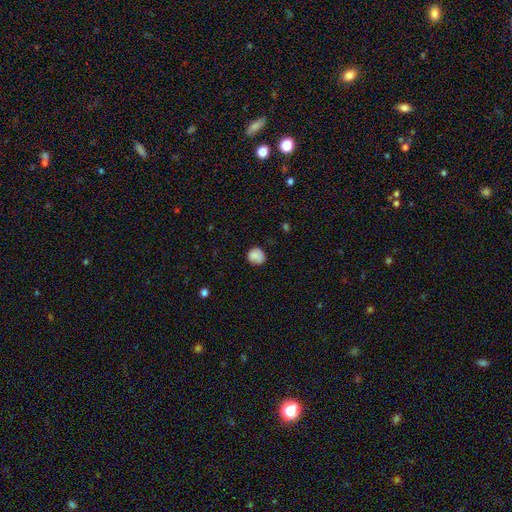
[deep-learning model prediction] smooth-or-featured: smooth: 85% | star or artifact: 9% | featured or disk: 6%
  how-rounded: round: 83% | in between: 16% | cigar-shaped: 1%
  merging: none: 76% | minor disturbance: 18% | major disturbance: 4% | merger: 1%